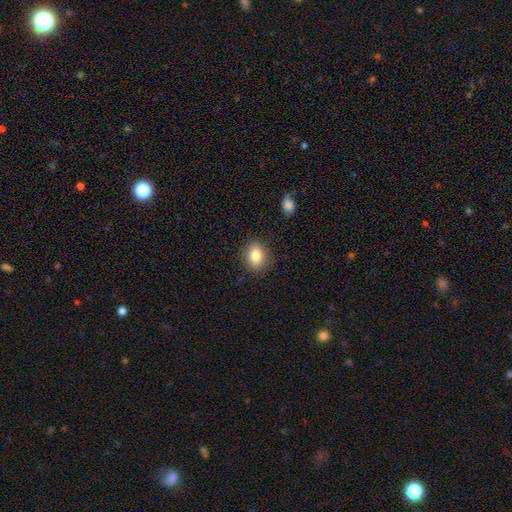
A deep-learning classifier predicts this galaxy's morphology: smooth-or-featured: smooth: 83% | star or artifact: 9% | featured or disk: 8%
  how-rounded: in between: 56% | round: 43% | cigar-shaped: 1%
  merging: none: 87% | minor disturbance: 9% | major disturbance: 3% | merger: 1%